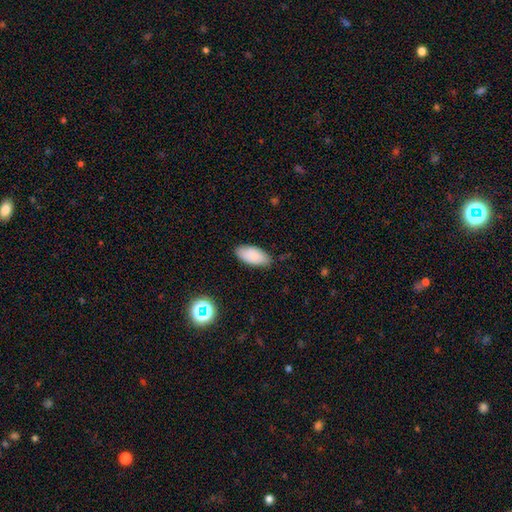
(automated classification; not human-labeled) Overall: smooth (86%). How rounded: in between (93%). Merging: none (82%).